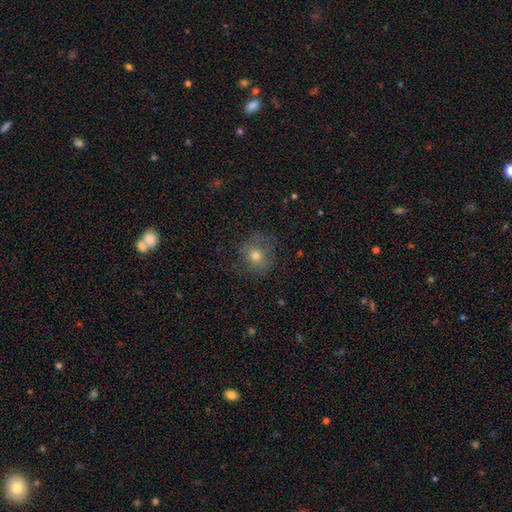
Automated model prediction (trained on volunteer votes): A smooth galaxy with no disk features (65%) that is round (82%). Merging: none (71%).